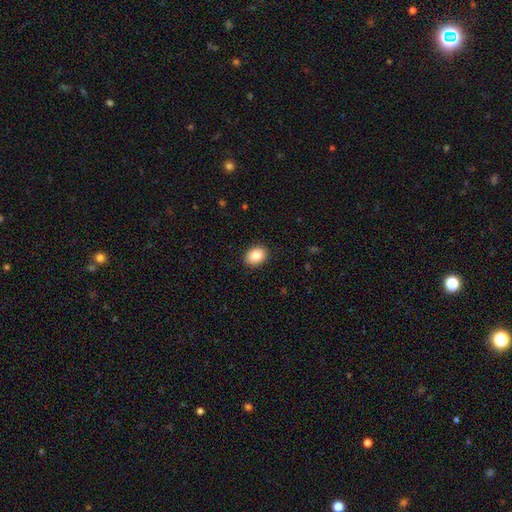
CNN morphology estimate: Overall: smooth (86%). How rounded: in between (65%; round 34%). Merging: none (90%).